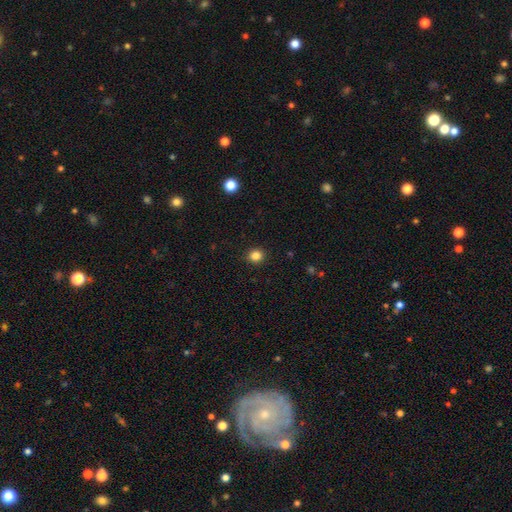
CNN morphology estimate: smooth-or-featured: smooth: 84% | star or artifact: 12% | featured or disk: 4%
  how-rounded: round: 85% | in between: 14% | cigar-shaped: 1%
  merging: none: 91% | minor disturbance: 6% | major disturbance: 2% | merger: 1%